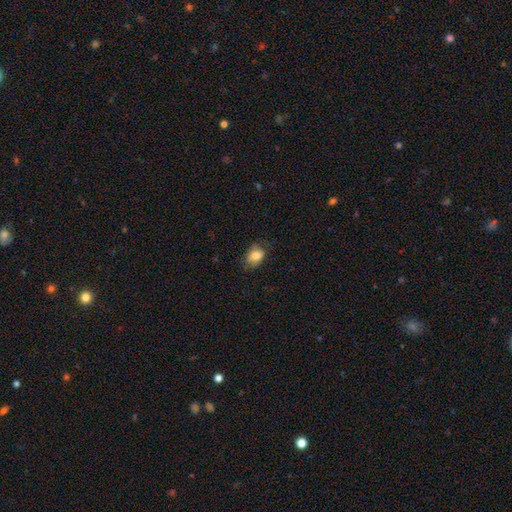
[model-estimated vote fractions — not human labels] The model was most divided on "how rounded": in between: 72%, round: 27%, cigar-shaped: 1%. More confident: smooth or featured — smooth (81%); merging — none (70%).